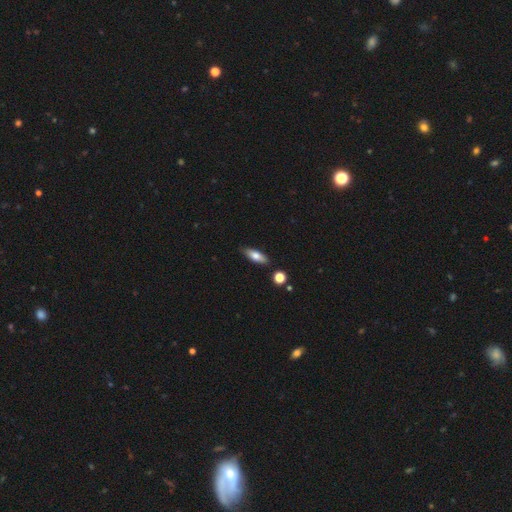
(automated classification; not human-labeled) smooth 68%, featured or disk 25%, star or artifact 7%. Down the decision tree: how rounded — in between (59%); merging — none (85%).